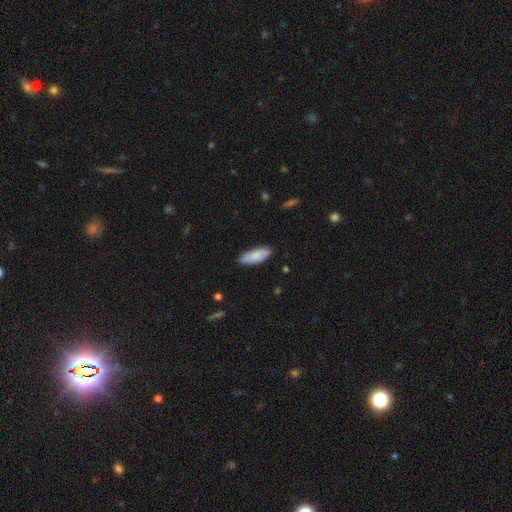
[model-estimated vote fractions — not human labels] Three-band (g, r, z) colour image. It shows a smooth galaxy with no disk features (87%) that is in between round and cigar-shaped (64%). Merging: none (88%).